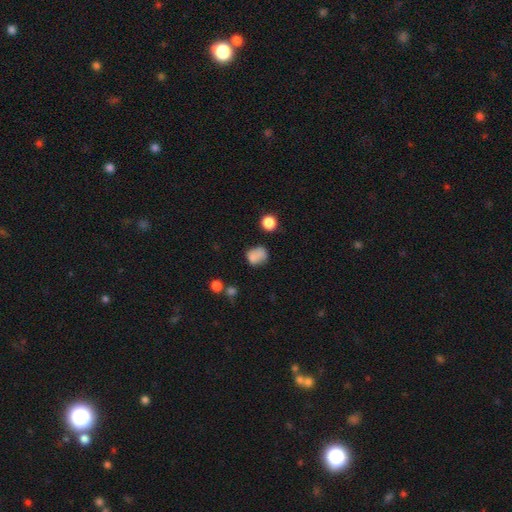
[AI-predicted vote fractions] This is likely a smooth galaxy (76%). How rounded: possibly round (50%). Merging: possibly none (47%).